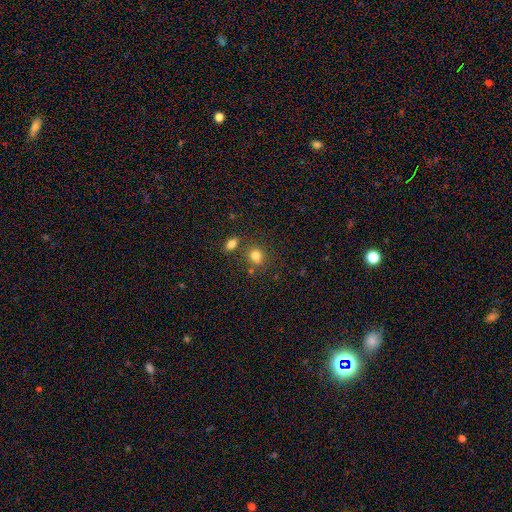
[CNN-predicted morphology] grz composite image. It shows a smooth galaxy with no disk features (80%) that is round (66%). Merging: none (66%).